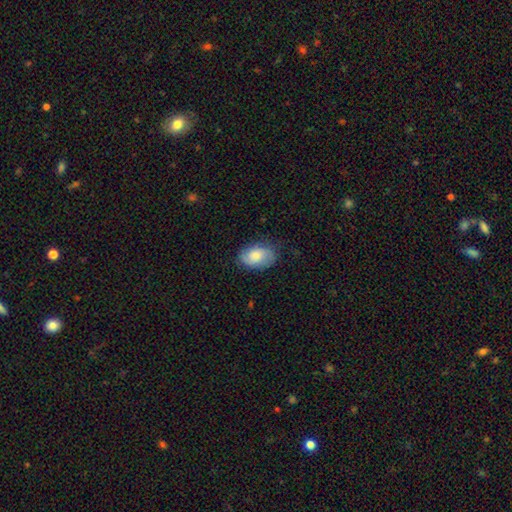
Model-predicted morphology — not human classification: The model was most divided on "smooth or featured": smooth: 69%, featured or disk: 24%, star or artifact: 7%. More confident: how rounded — in between (89%); merging — none (73%).